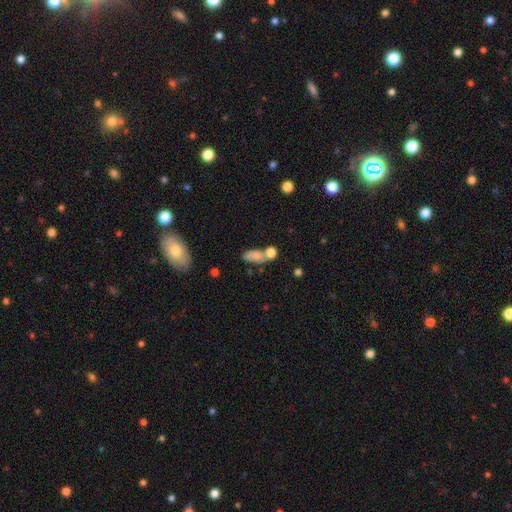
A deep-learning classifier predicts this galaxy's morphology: smooth_or_featured: smooth (p=0.75) [alt: featured or disk p=0.16]
how_rounded: in between (p=0.76) [alt: cigar-shaped p=0.14]
merging: none (p=0.42) [alt: merger p=0.33]